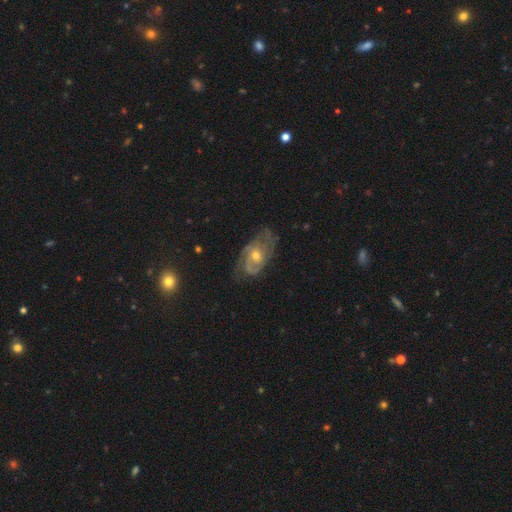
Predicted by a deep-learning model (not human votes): Smooth or featured? Predicted: featured or disk (p=0.82). Edge-on disk? Predicted: no (p=0.96). Bar? Predicted: no (p=0.70). Spiral arms? Predicted: yes (p=0.93). Spiral winding? Predicted: tight (p=0.49). Spiral arm count? Predicted: 2 (p=0.44). Bulge size? Predicted: moderate (p=0.60). Merging? Predicted: none (p=0.62).